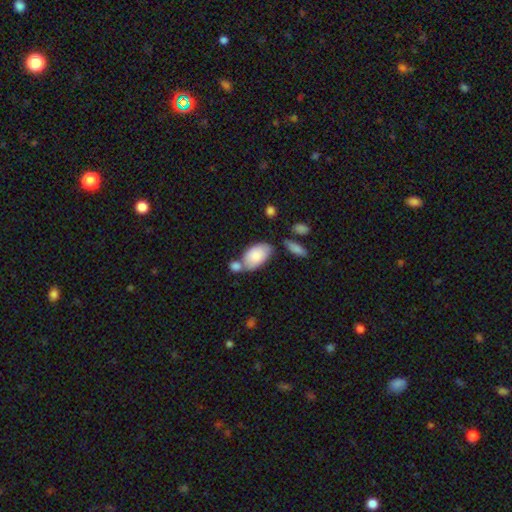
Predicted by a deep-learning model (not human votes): This is clearly a smooth galaxy (83%). How rounded: clearly in between (94%). Merging: marginally none (44%).